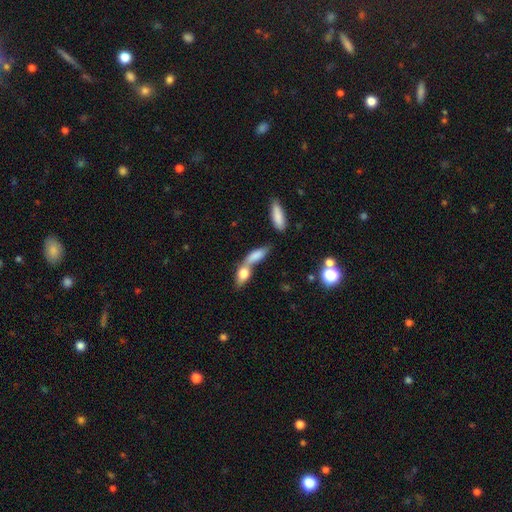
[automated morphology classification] Overall: smooth (74%). How rounded: in between (62%; cigar-shaped 32%). Merging: merger (68%).